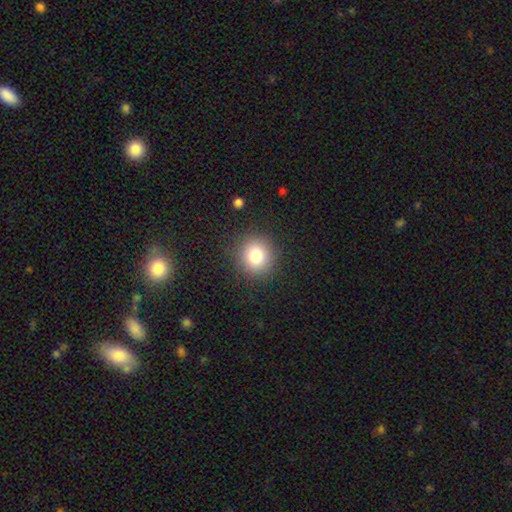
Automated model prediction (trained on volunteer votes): Q: Smooth or featured?
A: smooth (81%); runner-up: star or artifact (12%)
Q: How rounded?
A: round (90%); runner-up: in between (9%)
Q: Merging?
A: none (88%); runner-up: minor disturbance (7%)